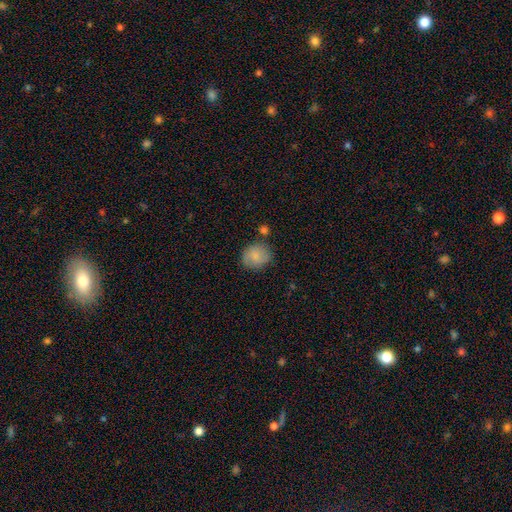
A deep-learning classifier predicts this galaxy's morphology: The model was most divided on "merging": none: 69%, minor disturbance: 18%, merger: 7%, major disturbance: 5%. More confident: how rounded — round (79%); smooth or featured — smooth (78%).